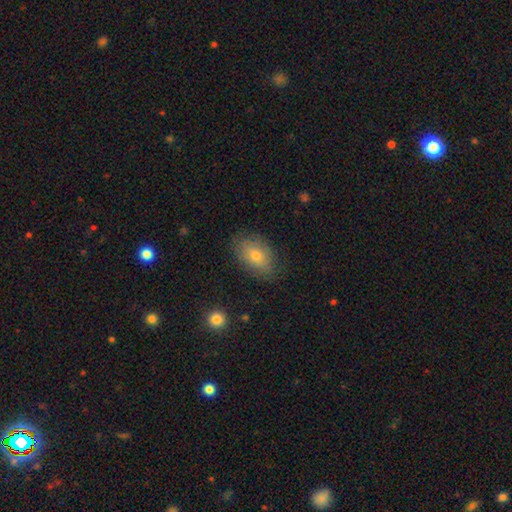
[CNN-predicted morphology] Smooth or featured? smooth (73%)
How rounded? in between (89%)
Merging? none (79%)